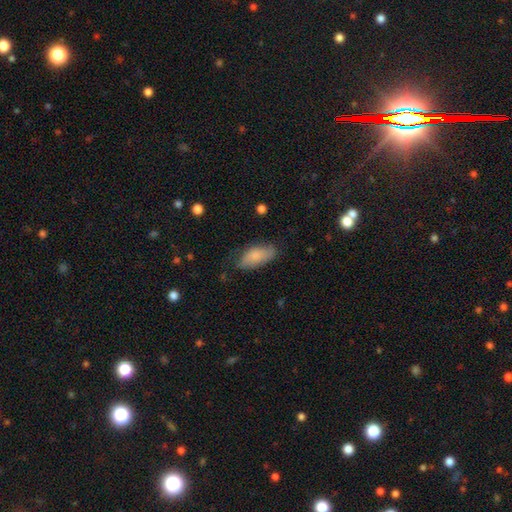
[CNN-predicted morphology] type=smooth (81%); roundness=in between (89%); merging=none (67%).